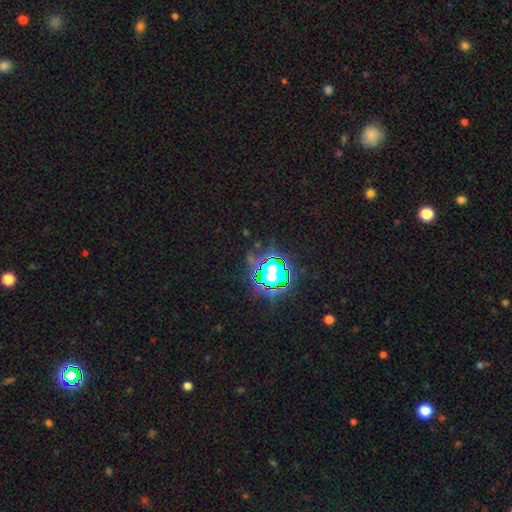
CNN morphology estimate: Q: Smooth or featured?
A: star or artifact (81%); runner-up: smooth (12%)